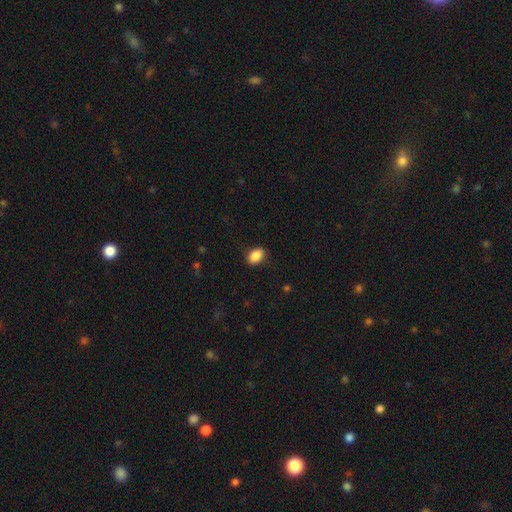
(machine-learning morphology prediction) A smooth galaxy with no disk features (88%) that is in between round and cigar-shaped (81%). Merging: none (86%).